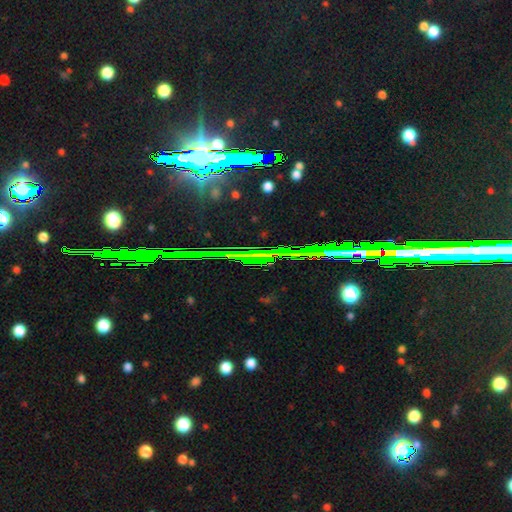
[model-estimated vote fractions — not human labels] This appears to be a star or artifact, not a galaxy (80%).